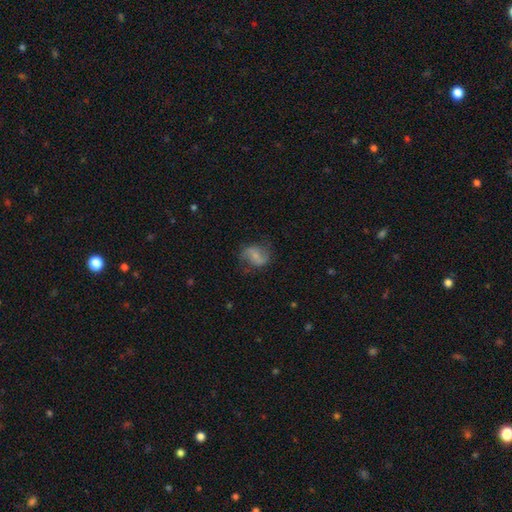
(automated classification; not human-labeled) Smooth or featured: featured or disk — 48% (smooth — 43%)
Merging: none — 66% (minor disturbance — 22%)